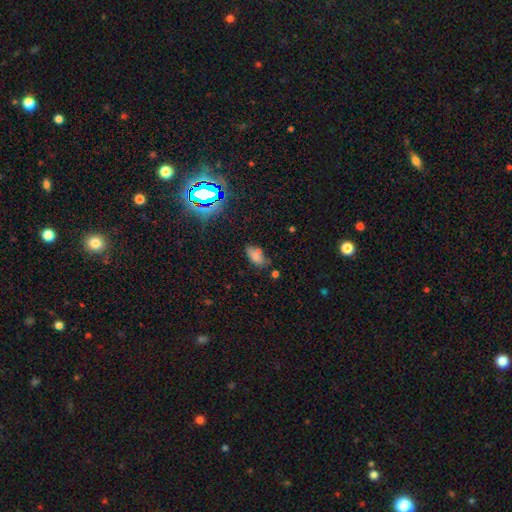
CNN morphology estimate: smooth 71%, star or artifact 18%, featured or disk 11%. Down the decision tree: how rounded — in between (89%); merging — none (62%).